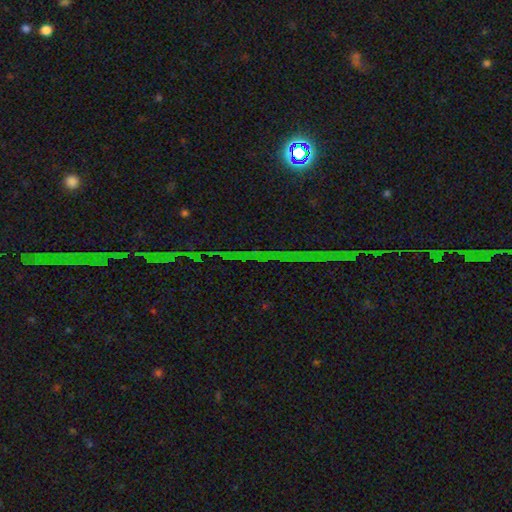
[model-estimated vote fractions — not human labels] smooth_or_featured: star or artifact (p=0.80) [alt: featured or disk p=0.11]